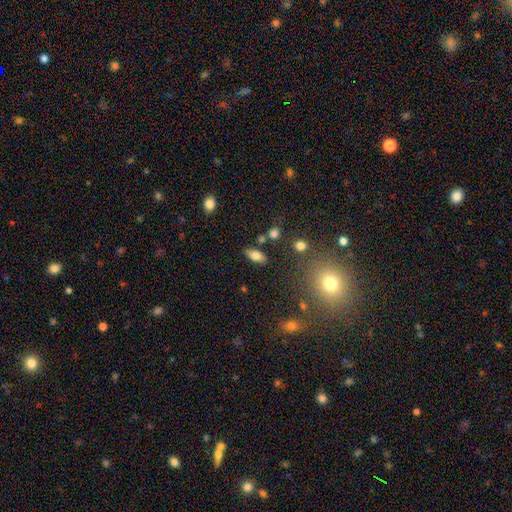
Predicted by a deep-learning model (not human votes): This appears to be a smooth galaxy with no disk features (79%) that is in between round and cigar-shaped (87%). Merging: none (81%).